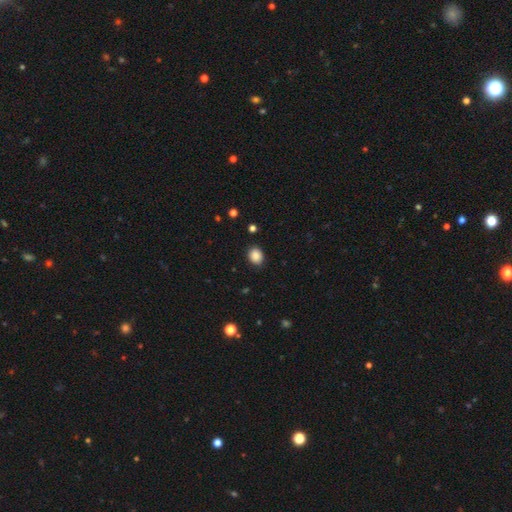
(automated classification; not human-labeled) The model was most divided on "how rounded": round: 56%, in between: 43%, cigar-shaped: 1%. More confident: smooth or featured — smooth (87%); merging — none (85%).